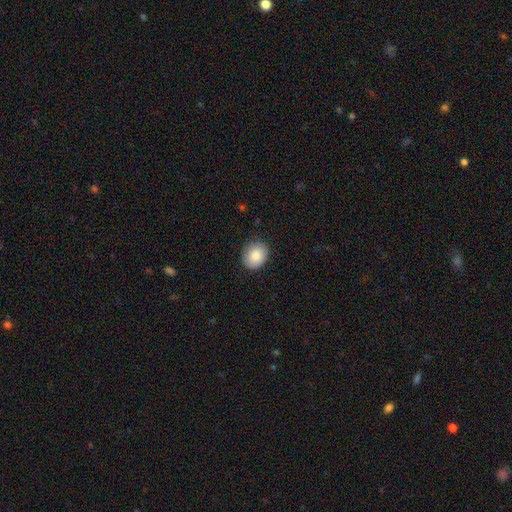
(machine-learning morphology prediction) A smooth galaxy with no disk features (85%) that is round (58%). Merging: none (85%).